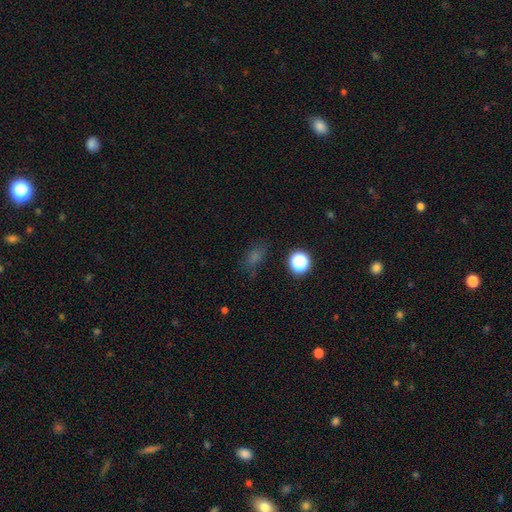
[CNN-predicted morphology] A smooth galaxy with no disk features (56%) that is in between round and cigar-shaped (67%). Merging: none (70%).